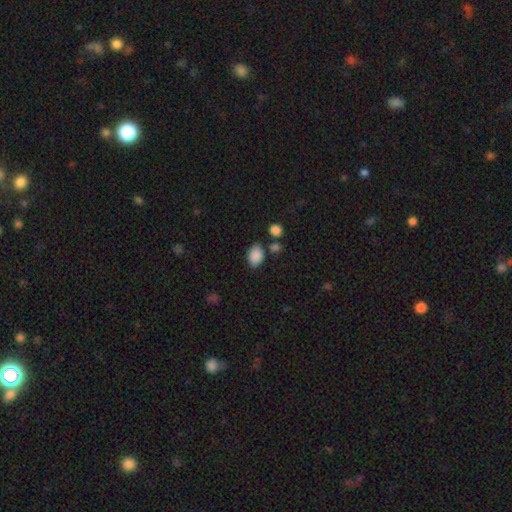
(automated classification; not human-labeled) Smooth or featured? Predicted: smooth (p=0.88). How rounded? Predicted: in between (p=0.85). Merging? Predicted: none (p=0.73).